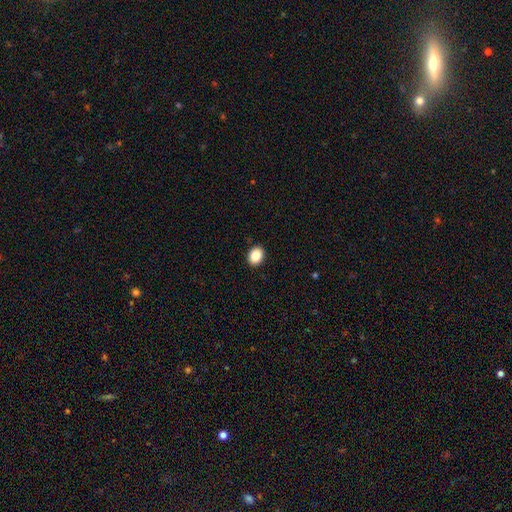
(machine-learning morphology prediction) smooth 87%, star or artifact 9%, featured or disk 4%. Down the decision tree: how rounded — in between (56%); merging — none (91%).